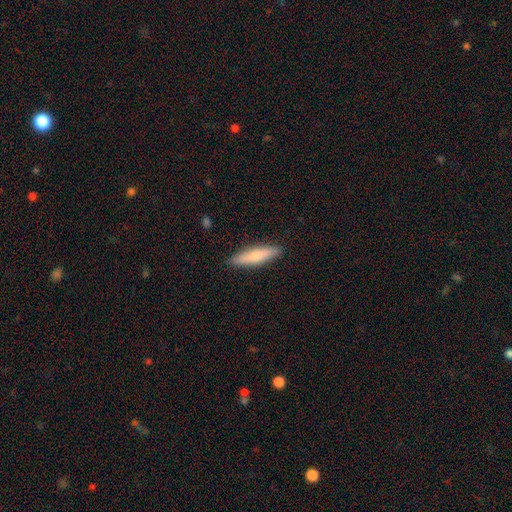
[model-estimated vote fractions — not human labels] Morphology: type=smooth (76%); roundness=cigar-shaped (76%); merging=none (89%).